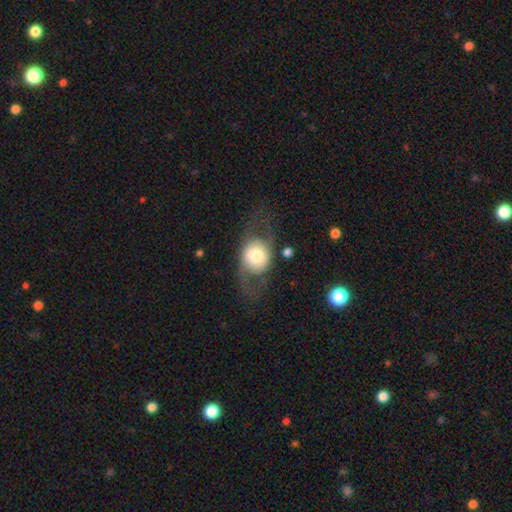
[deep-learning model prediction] Smooth or featured: smooth — 51% (featured or disk — 43%)
How rounded: round — 58% (in between — 41%)
Merging: none — 58% (major disturbance — 21%)